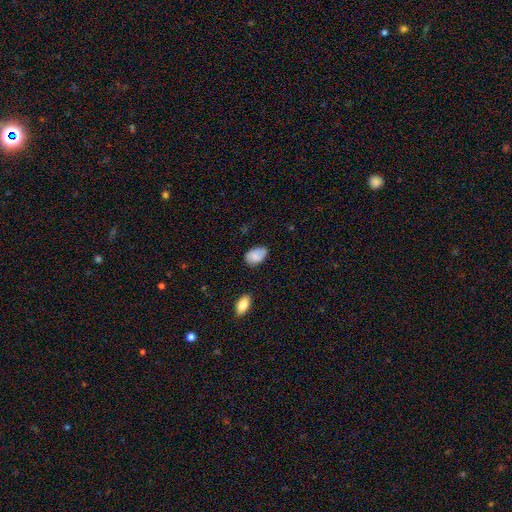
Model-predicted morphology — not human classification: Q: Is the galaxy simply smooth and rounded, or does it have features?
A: smooth — 80%.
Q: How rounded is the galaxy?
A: in between — 90%.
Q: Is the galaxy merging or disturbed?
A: none — 61%.